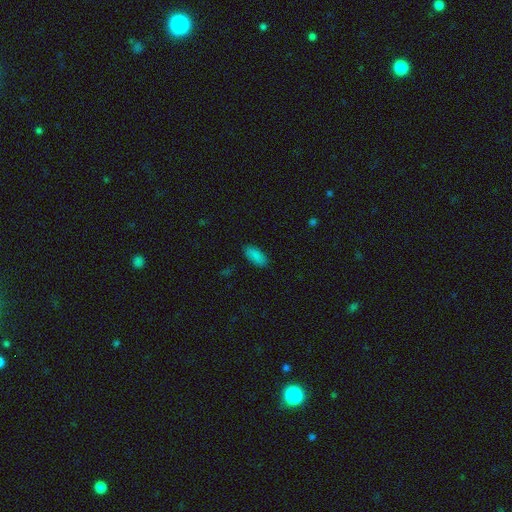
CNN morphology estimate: Overall: smooth (87%). How rounded: in between (90%). Merging: none (87%).